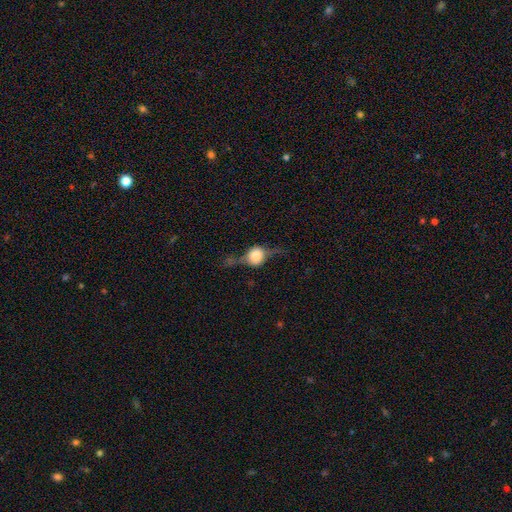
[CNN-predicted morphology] Smooth or featured?
  - featured or disk: 61% *
  - smooth: 30%
  - star or artifact: 9%
Edge-on disk?
  - yes: 87% *
  - no: 13%
Edge-on bulge?
  - rounded: 92% *
  - boxy: 7%
  - none: 1%
Merging?
  - none: 57% *
  - minor disturbance: 22%
  - major disturbance: 16%
  - merger: 4%